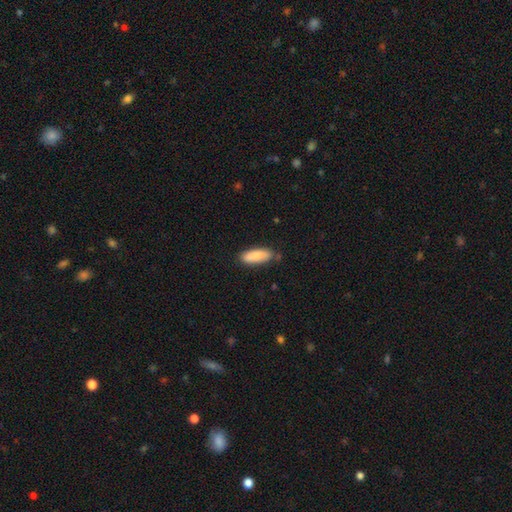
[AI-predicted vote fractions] This appears to be a smooth galaxy with no disk features (85%) that is in between round and cigar-shaped (67%). Merging: none (78%).